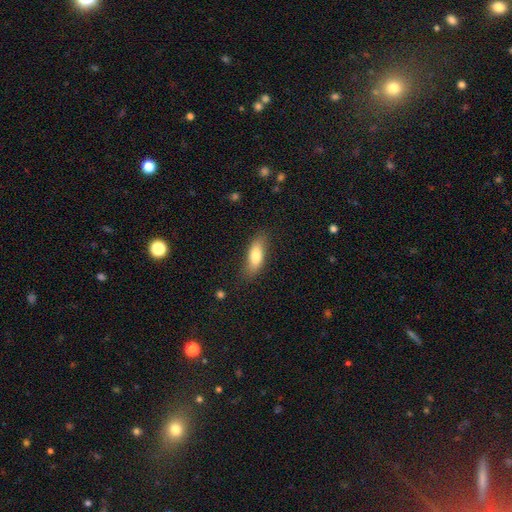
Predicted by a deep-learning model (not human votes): This appears to be a smooth galaxy with no disk features (77%) that is in between round and cigar-shaped (63%). Merging: none (80%).